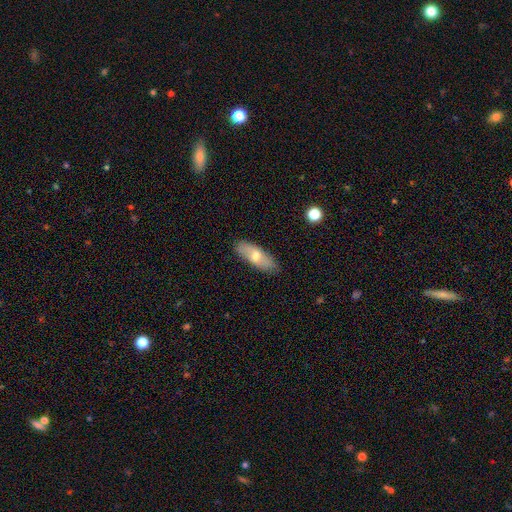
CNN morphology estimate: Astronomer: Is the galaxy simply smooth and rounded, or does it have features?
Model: smooth — 60%.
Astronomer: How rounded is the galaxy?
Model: in between — 72%.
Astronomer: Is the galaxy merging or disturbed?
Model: none — 85%.